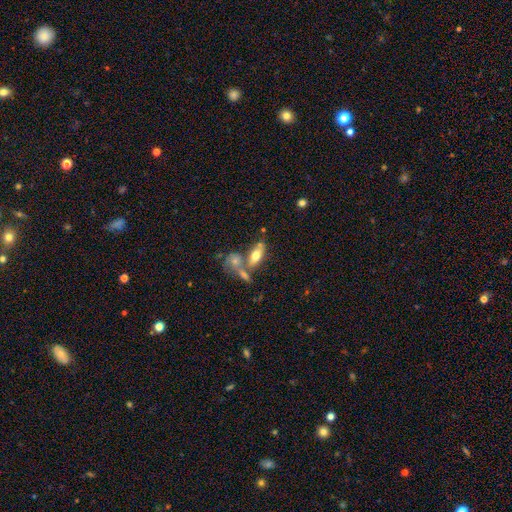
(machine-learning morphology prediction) type=smooth (64%); roundness=in between (76%); merging=none (44%).